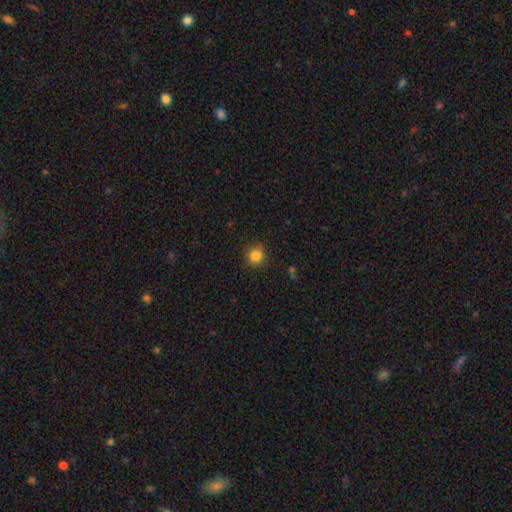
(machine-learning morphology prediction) smooth_or_featured: smooth (p=0.84) [alt: star or artifact p=0.11]
how_rounded: round (p=0.82) [alt: in between p=0.17]
merging: none (p=0.85) [alt: minor disturbance p=0.11]